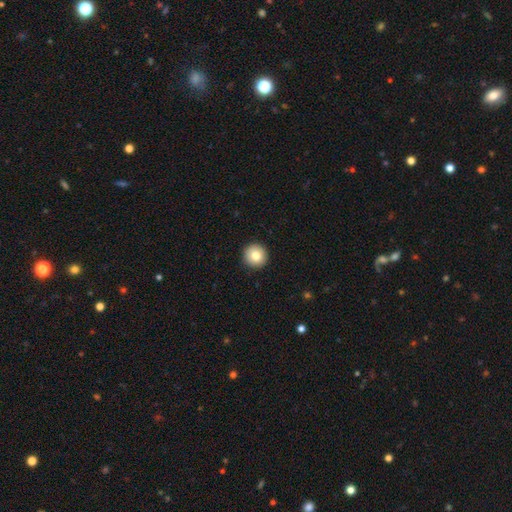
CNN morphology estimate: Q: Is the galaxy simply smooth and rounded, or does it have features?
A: smooth — 81%.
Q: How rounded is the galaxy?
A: round — 96%.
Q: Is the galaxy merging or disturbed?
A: none — 93%.